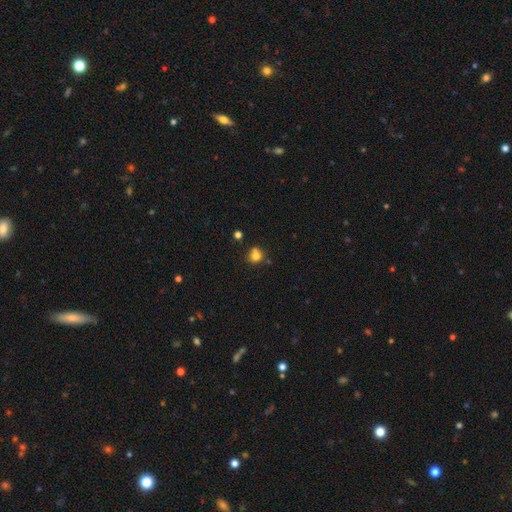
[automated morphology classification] Q: Smooth or featured?
A: smooth (76%); runner-up: star or artifact (13%)
Q: How rounded?
A: round (83%); runner-up: in between (16%)
Q: Merging?
A: none (55%); runner-up: merger (22%)